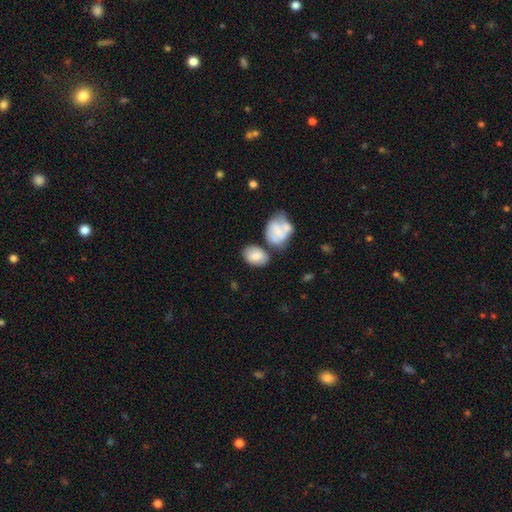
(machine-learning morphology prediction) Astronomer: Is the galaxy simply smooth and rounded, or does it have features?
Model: smooth — 76%.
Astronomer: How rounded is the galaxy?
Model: in between — 81%.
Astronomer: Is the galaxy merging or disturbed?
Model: none — 48% (runner-up: merger, 25%).